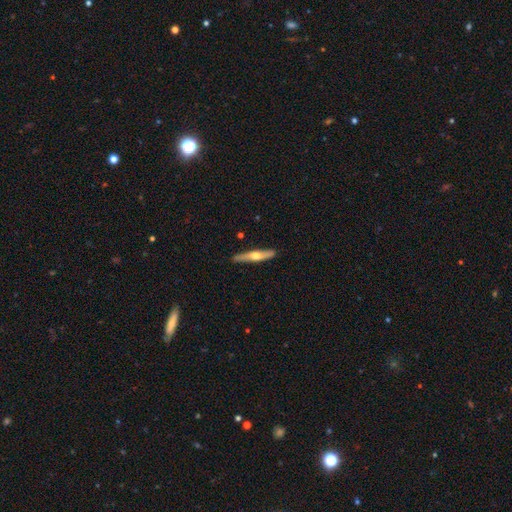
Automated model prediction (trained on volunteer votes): Smooth or featured? featured or disk (55%)
Edge-on disk? yes (92%)
Edge-on bulge? rounded (91%)
Merging? none (87%)